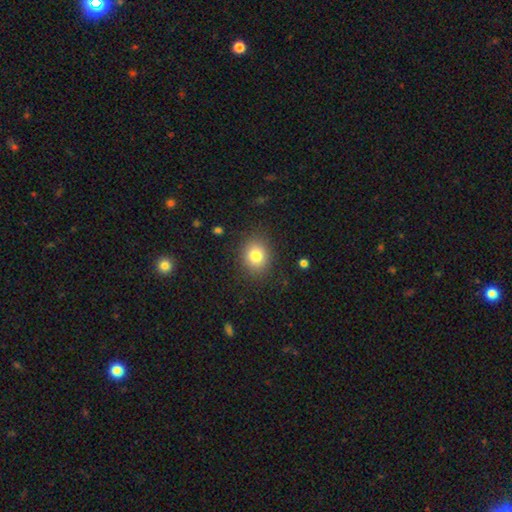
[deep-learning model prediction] smooth 80%, star or artifact 11%, featured or disk 9%. Down the decision tree: how rounded — round (68%); merging — none (87%).